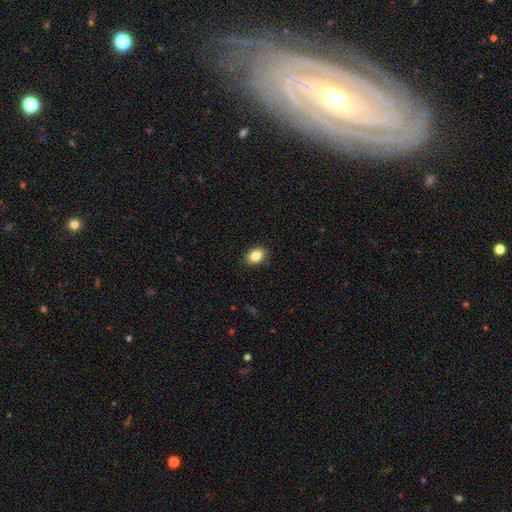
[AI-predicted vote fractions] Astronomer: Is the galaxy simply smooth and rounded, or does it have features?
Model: smooth — 85%.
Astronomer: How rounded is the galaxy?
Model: in between — 66%.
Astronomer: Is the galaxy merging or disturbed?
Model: none — 88%.